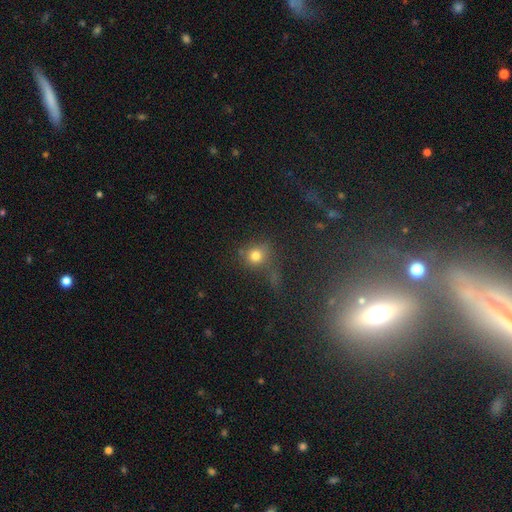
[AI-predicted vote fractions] This appears to be a smooth galaxy with no disk features (73%) that is round (83%). Merging: none (54%).